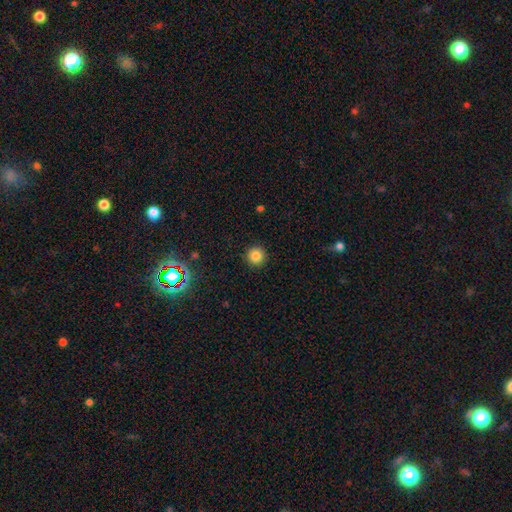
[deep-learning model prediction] Q: Smooth or featured?
A: smooth (83%); runner-up: star or artifact (12%)
Q: How rounded?
A: round (95%); runner-up: in between (4%)
Q: Merging?
A: none (92%); runner-up: minor disturbance (5%)